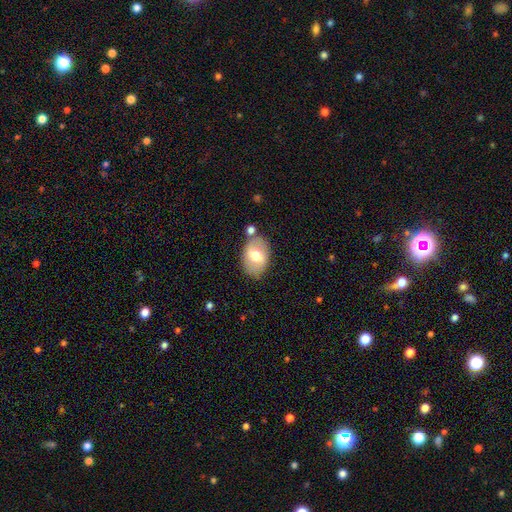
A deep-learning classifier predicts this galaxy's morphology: smooth-or-featured: smooth: 57% | featured or disk: 37% | star or artifact: 7%
  how-rounded: in between: 82% | round: 17% | cigar-shaped: 1%
  merging: none: 74% | minor disturbance: 14% | merger: 8% | major disturbance: 4%